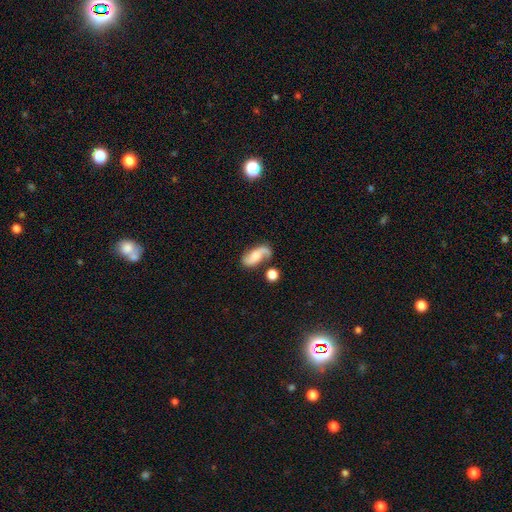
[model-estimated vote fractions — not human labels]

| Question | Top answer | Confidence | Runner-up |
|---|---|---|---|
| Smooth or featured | featured or disk | 74% | smooth (19%) |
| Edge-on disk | no | 96% | yes (4%) |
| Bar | no | 58% | weak (32%) |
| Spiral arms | yes | 95% | no (5%) |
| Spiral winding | loose | 59% | medium (31%) |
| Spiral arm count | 2 | 89% | 1 (5%) |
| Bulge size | moderate | 41% | small (31%) |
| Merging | none | 64% | minor disturbance (17%) |